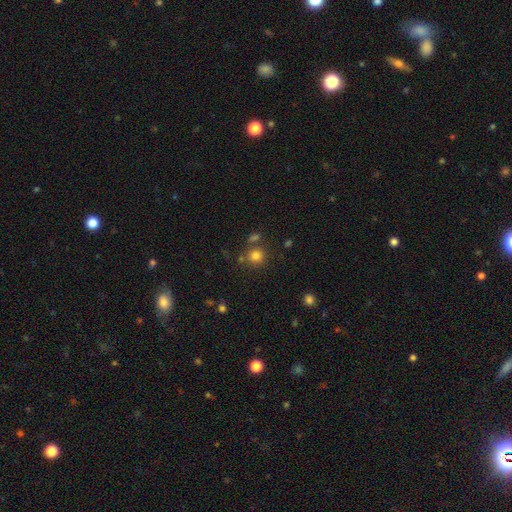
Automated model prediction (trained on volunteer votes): smooth_or_featured: smooth (p=0.79) [alt: star or artifact p=0.15]
how_rounded: round (p=0.89) [alt: in between p=0.10]
merging: none (p=0.74) [alt: merger p=0.13]